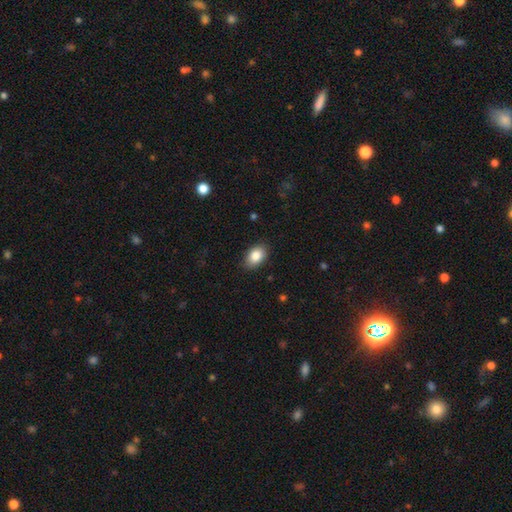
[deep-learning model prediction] Smooth or featured?
  - smooth: 85% *
  - star or artifact: 7%
  - featured or disk: 7%
How rounded?
  - in between: 88% *
  - round: 10%
  - cigar-shaped: 1%
Merging?
  - none: 85% *
  - minor disturbance: 11%
  - major disturbance: 2%
  - merger: 1%